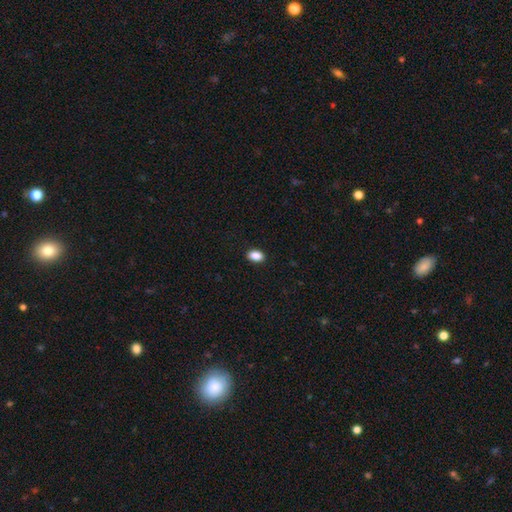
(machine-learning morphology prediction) smooth 88%, star or artifact 8%, featured or disk 3%. Down the decision tree: how rounded — in between (86%); merging — none (90%).